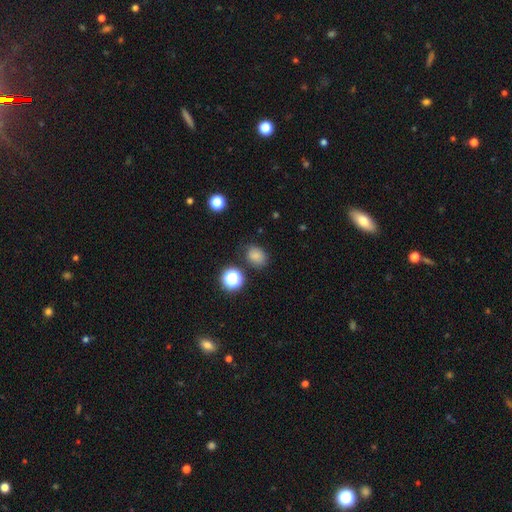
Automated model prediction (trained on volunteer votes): Q: Smooth or featured?
A: smooth (79%); runner-up: star or artifact (15%)
Q: How rounded?
A: in between (55%); runner-up: round (44%)
Q: Merging?
A: none (78%); runner-up: minor disturbance (15%)